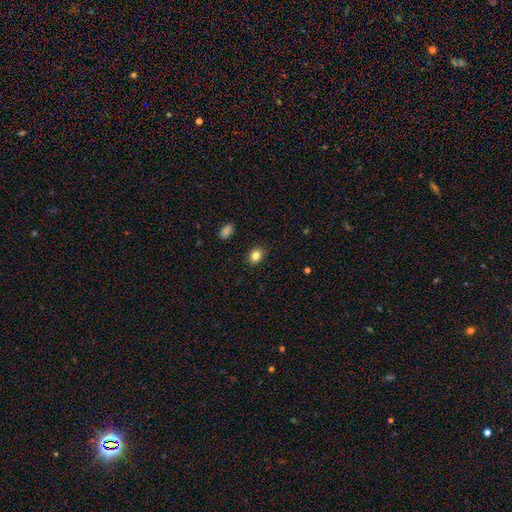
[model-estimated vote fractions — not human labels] Overall: smooth (84%). How rounded: round (54%; in between 45%). Merging: none (89%).